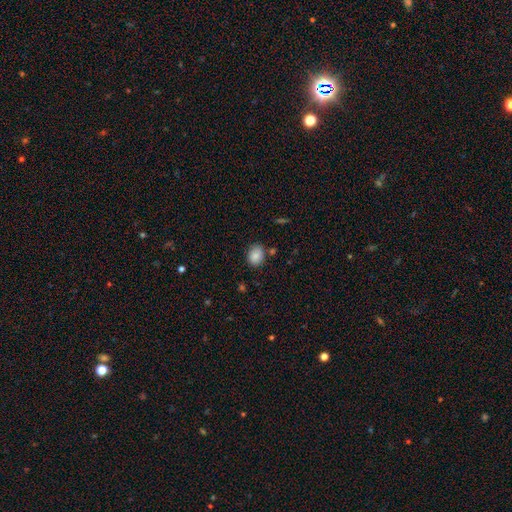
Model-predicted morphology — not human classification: This appears to be a smooth galaxy with no disk features (86%) that is in between round and cigar-shaped (52%). Merging: none (78%).